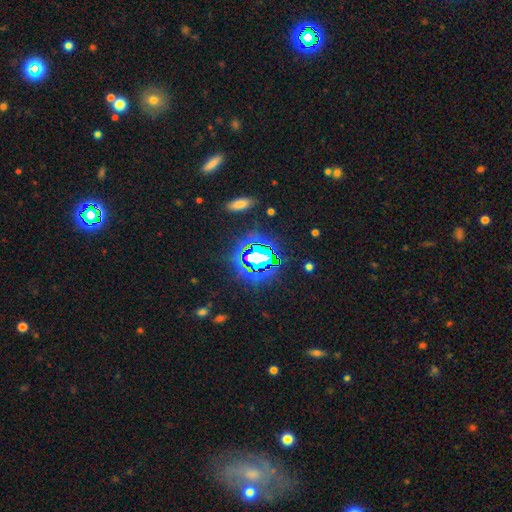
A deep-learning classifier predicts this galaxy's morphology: Smooth or featured? Predicted: star or artifact (p=0.74).